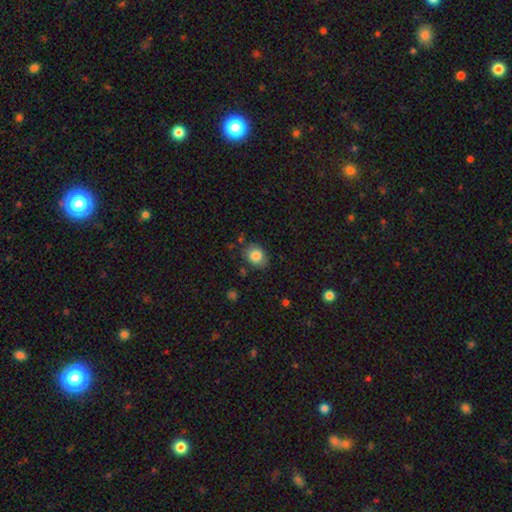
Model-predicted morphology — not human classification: Q: Smooth or featured?
A: smooth (84%); runner-up: star or artifact (9%)
Q: How rounded?
A: in between (55%); runner-up: round (44%)
Q: Merging?
A: none (78%); runner-up: minor disturbance (16%)